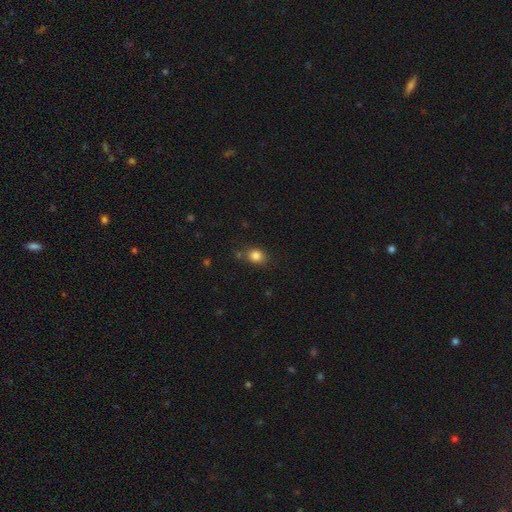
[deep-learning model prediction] Overall: smooth (83%). How rounded: round (53%; in between 46%). Merging: none (76%).